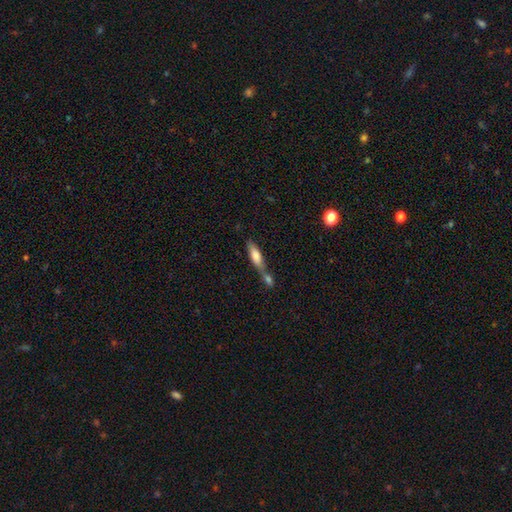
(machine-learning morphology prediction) Smooth or featured: smooth — 71% (featured or disk — 22%)
How rounded: in between — 51% (cigar-shaped — 46%)
Merging: merger — 63% (none — 23%)